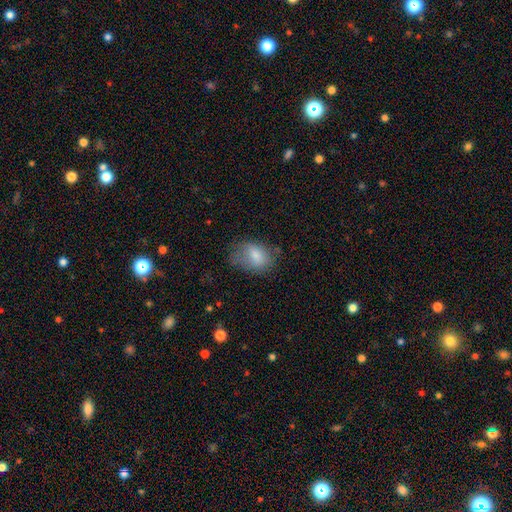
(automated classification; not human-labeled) A smooth galaxy with no disk features (78%) that is in between round and cigar-shaped (80%). Merging: none (51%).